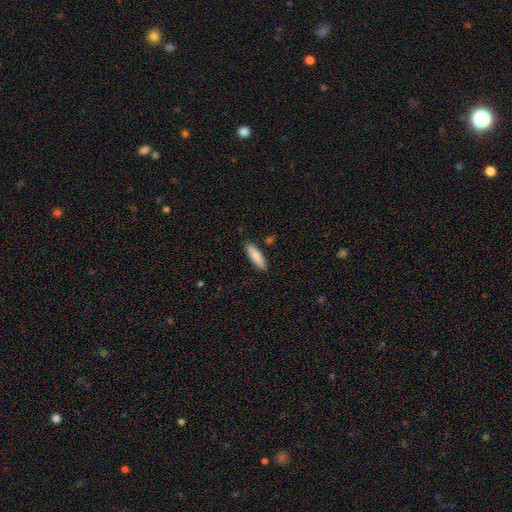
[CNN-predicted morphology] Overall: smooth (84%). How rounded: cigar-shaped (62%; in between 36%). Merging: none (87%).